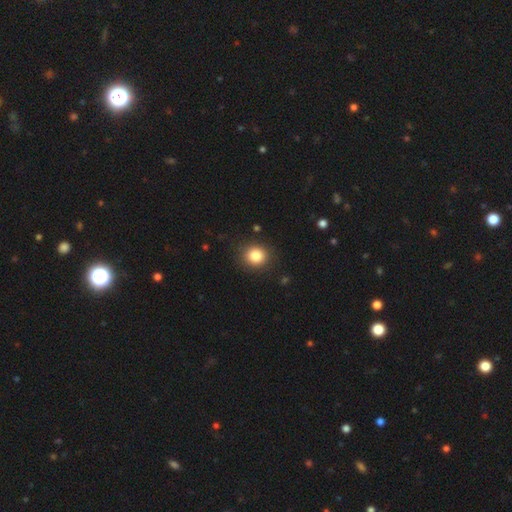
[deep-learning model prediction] Overall: smooth (85%). How rounded: round (84%). Merging: none (88%).